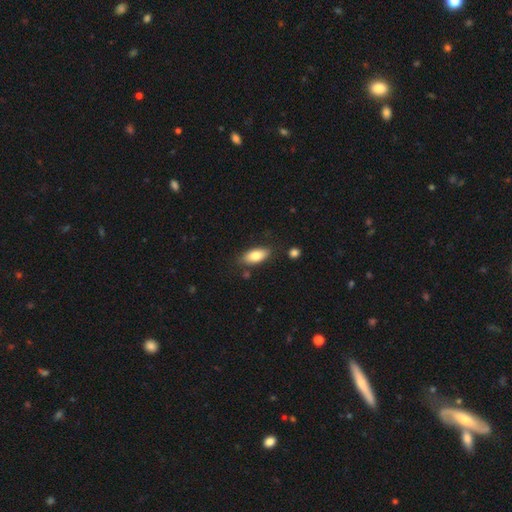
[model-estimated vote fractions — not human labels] smooth_or_featured: smooth (p=0.79) [alt: featured or disk p=0.15]
how_rounded: in between (p=0.89) [alt: cigar-shaped p=0.09]
merging: none (p=0.81) [alt: minor disturbance p=0.13]